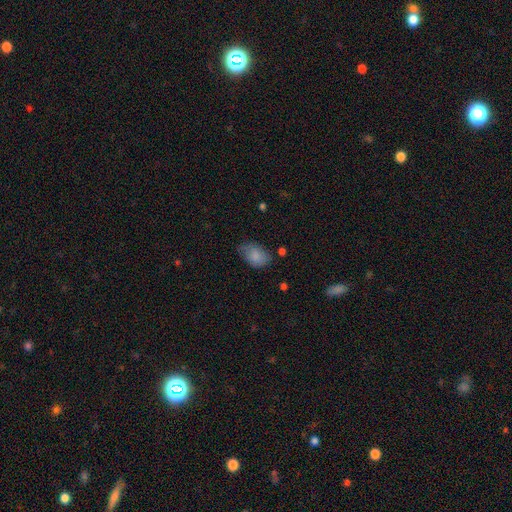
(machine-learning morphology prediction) Smooth or featured? Predicted: smooth (p=0.83). How rounded? Predicted: in between (p=0.86). Merging? Predicted: none (p=0.58).